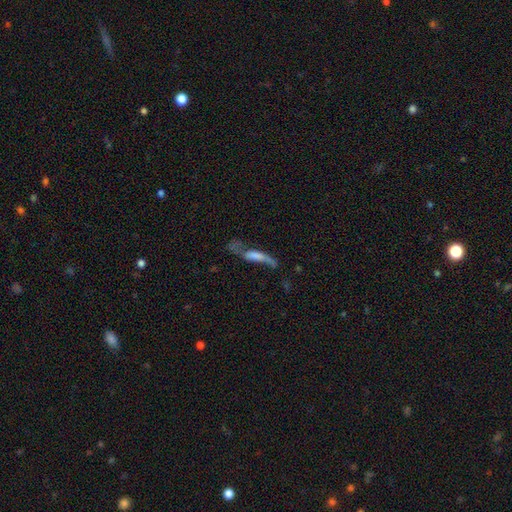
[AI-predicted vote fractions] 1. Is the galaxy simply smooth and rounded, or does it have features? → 48% smooth, 42% featured or disk, 10% star or artifact.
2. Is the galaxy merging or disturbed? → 40% major disturbance, 27% none, 19% minor disturbance, 14% merger.